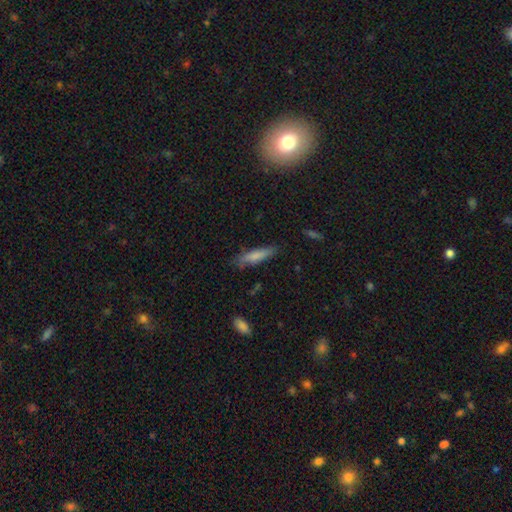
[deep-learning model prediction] Smooth or featured: smooth — 78% (featured or disk — 15%)
How rounded: cigar-shaped — 76% (in between — 22%)
Merging: none — 76% (minor disturbance — 18%)